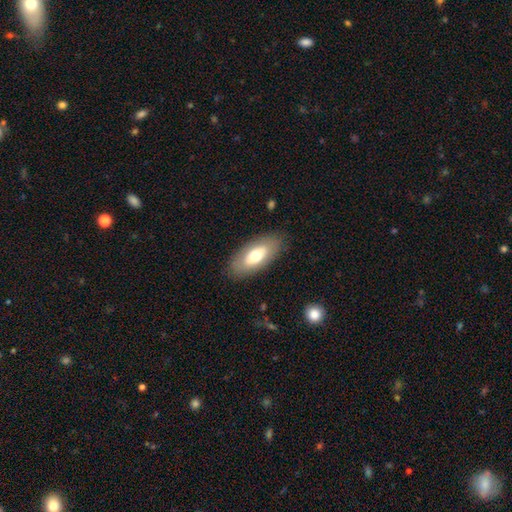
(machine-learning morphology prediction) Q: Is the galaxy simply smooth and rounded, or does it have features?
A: smooth — 64%.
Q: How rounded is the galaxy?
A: in between — 88%.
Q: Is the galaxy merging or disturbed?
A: none — 85%.